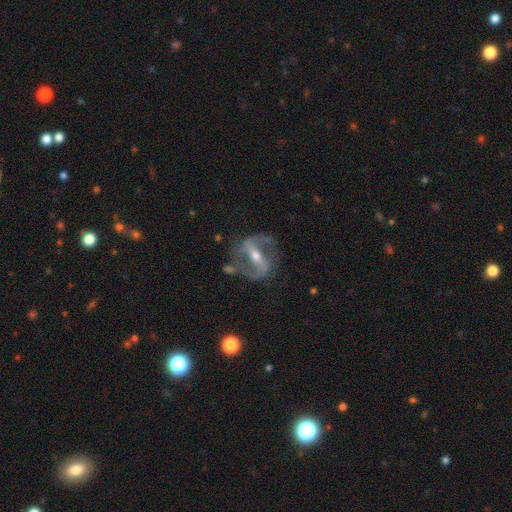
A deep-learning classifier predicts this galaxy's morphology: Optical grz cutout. It shows a featured or disk galaxy (88%) with a strong bar (67%), 2 (91%) medium (54%) spiral arms (93%) and a moderate central bulge (55%). Merging: none (74%).